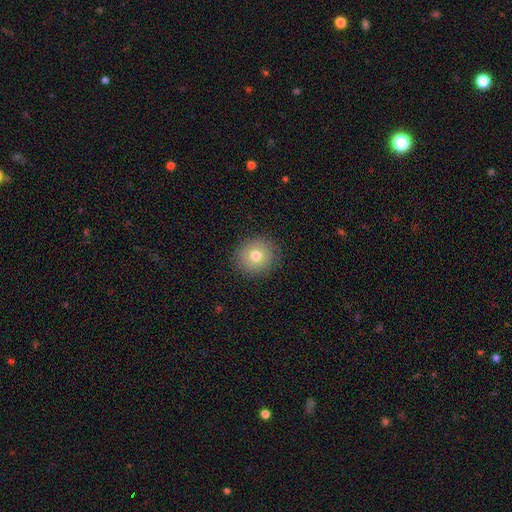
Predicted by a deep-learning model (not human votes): Overall: smooth (74%). How rounded: round (89%). Merging: none (89%).